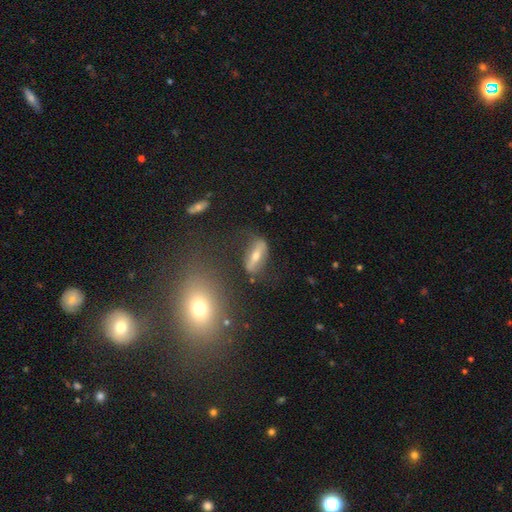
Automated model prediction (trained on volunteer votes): Morphology: type=featured or disk (56%); edge-on=no (66%); merging=none (67%).